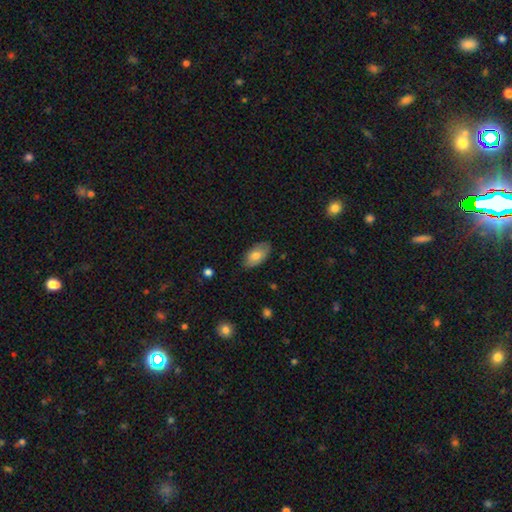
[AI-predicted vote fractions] This appears to be a smooth galaxy with no disk features (76%) that is in between round and cigar-shaped (94%). Merging: none (80%).